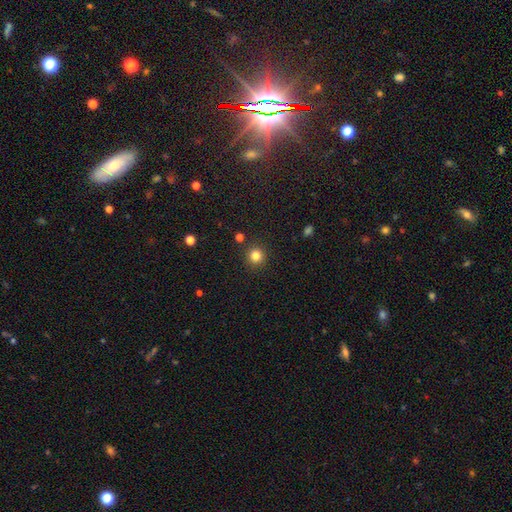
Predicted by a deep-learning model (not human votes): Smooth or featured?
  - smooth: 82% *
  - star or artifact: 13%
  - featured or disk: 5%
How rounded?
  - round: 94% *
  - in between: 5%
  - cigar-shaped: 1%
Merging?
  - none: 90% *
  - minor disturbance: 6%
  - merger: 2%
  - major disturbance: 2%